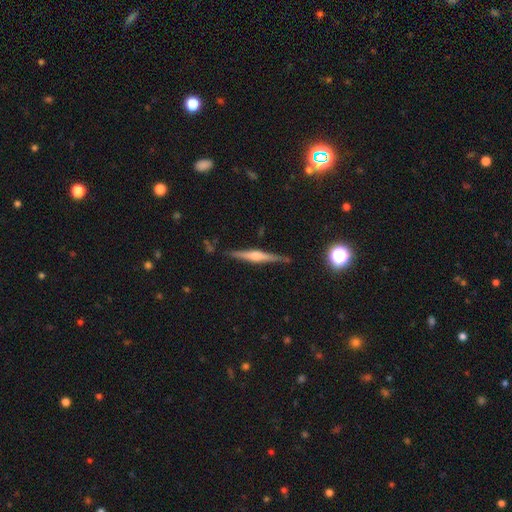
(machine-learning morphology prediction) smooth-or-featured: featured or disk: 73% | smooth: 20% | star or artifact: 7%
  disk-edge-on: yes: 98% | no: 2%
    edge-on-bulge: rounded: 82% | boxy: 13% | none: 5%
  merging: none: 85% | minor disturbance: 10% | merger: 2% | major disturbance: 2%